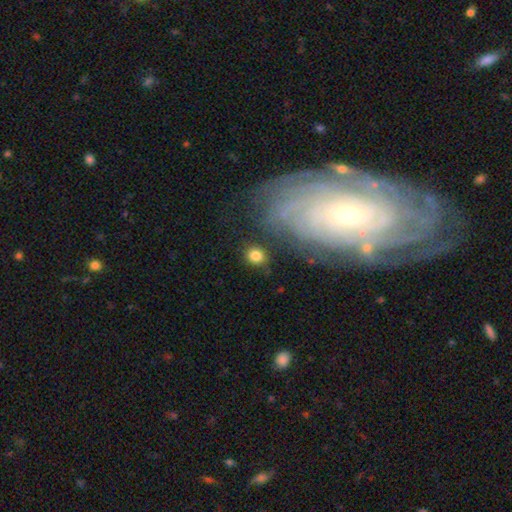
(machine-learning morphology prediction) Smooth or featured? Predicted: smooth (p=0.81). How rounded? Predicted: round (p=0.75). Merging? Predicted: none (p=0.83).